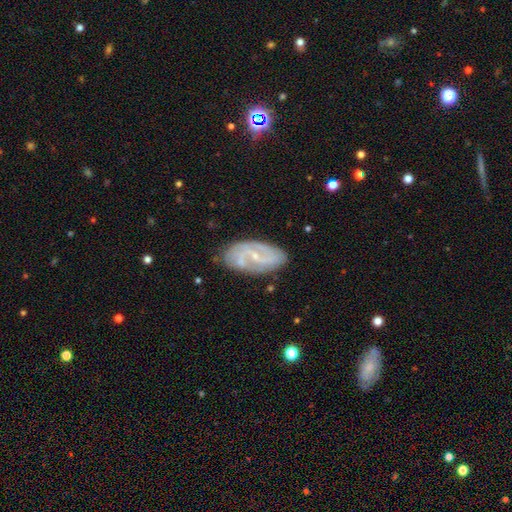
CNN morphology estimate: A featured or disk galaxy (78%) with a weak bar (47%), 2 (66%) medium (42%) spiral arms (91%) and a small central bulge (77%). Merging: none (79%).